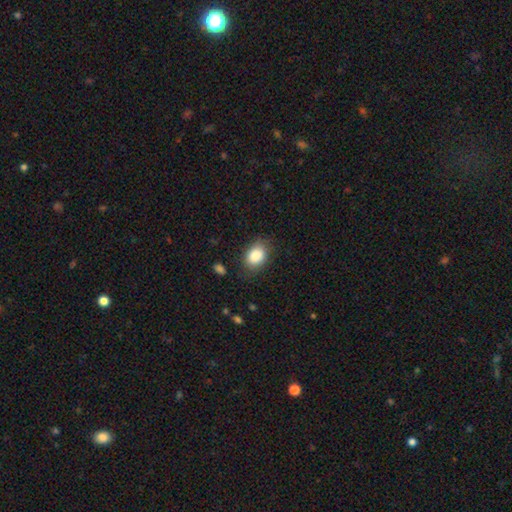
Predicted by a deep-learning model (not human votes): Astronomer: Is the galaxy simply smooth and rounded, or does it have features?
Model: smooth — 86%.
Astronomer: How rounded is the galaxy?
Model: in between — 75%.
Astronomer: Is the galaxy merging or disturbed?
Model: none — 77%.